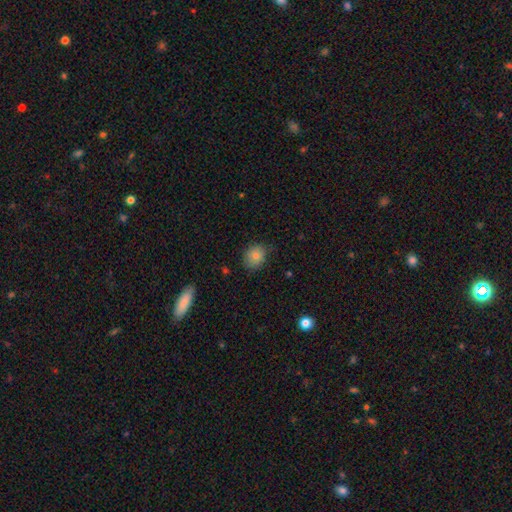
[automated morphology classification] smooth 80%, star or artifact 10%, featured or disk 10%. Down the decision tree: how rounded — round (63%); merging — none (77%).